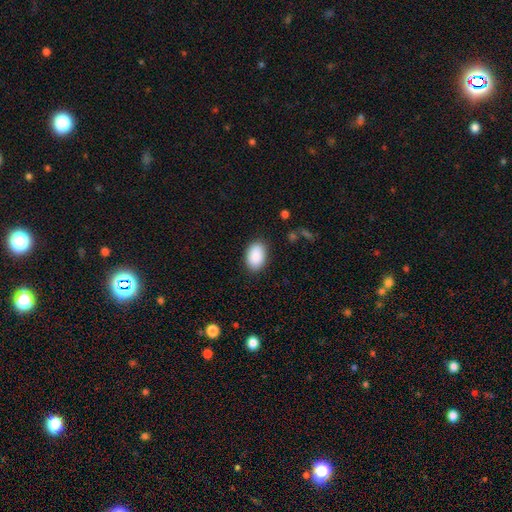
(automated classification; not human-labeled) The model was most divided on "merging": none: 87%, minor disturbance: 10%, major disturbance: 3%, merger: 1%. More confident: smooth or featured — smooth (90%); how rounded — in between (89%).